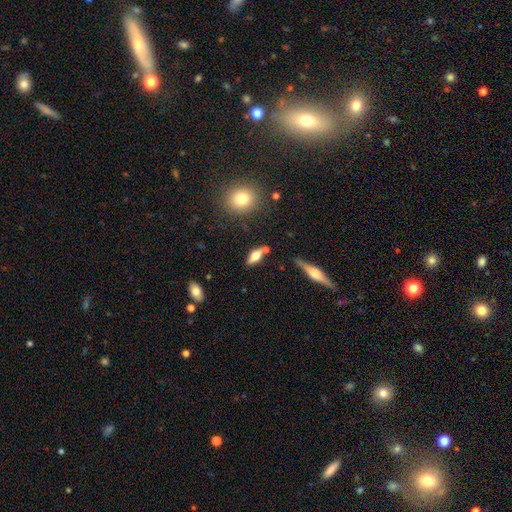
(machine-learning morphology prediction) Smooth or featured: smooth — 54% (featured or disk — 38%)
How rounded: in between — 70% (cigar-shaped — 24%)
Merging: none — 68% (minor disturbance — 15%)